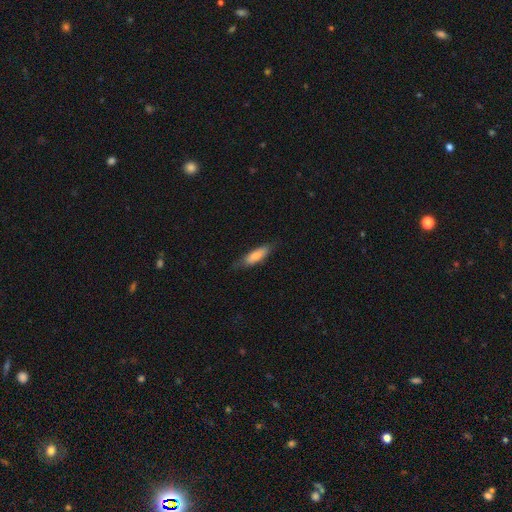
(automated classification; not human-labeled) A smooth galaxy with no disk features (76%) that is cigar-shaped (53%).

Vote fractions:
- Smooth or featured? smooth: 76% / featured or disk: 18% / star or artifact: 6%
- How rounded? cigar-shaped: 53% / in between: 45% / round: 2%
- Merging? none: 74% / minor disturbance: 20% / major disturbance: 5% / merger: 1%